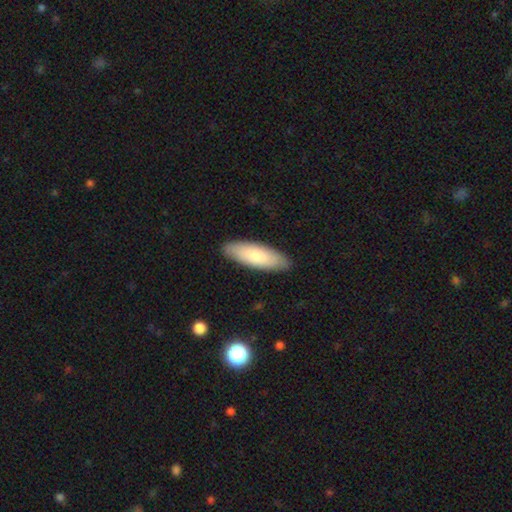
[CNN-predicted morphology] Smooth or featured: smooth — 78% (featured or disk — 17%)
How rounded: in between — 61% (cigar-shaped — 38%)
Merging: none — 88% (minor disturbance — 9%)